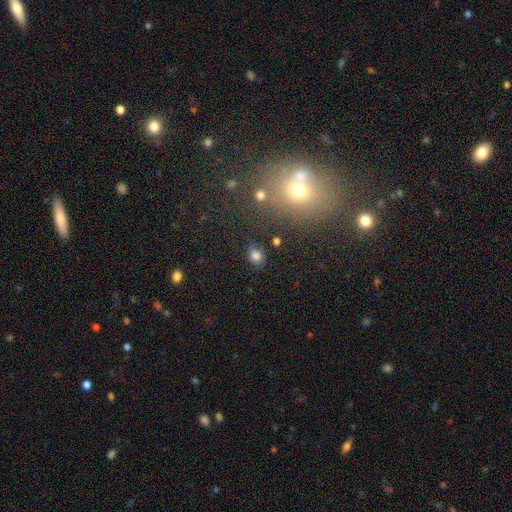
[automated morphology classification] smooth 79%, star or artifact 14%, featured or disk 7%. Down the decision tree: how rounded — round (63%); merging — none (73%).